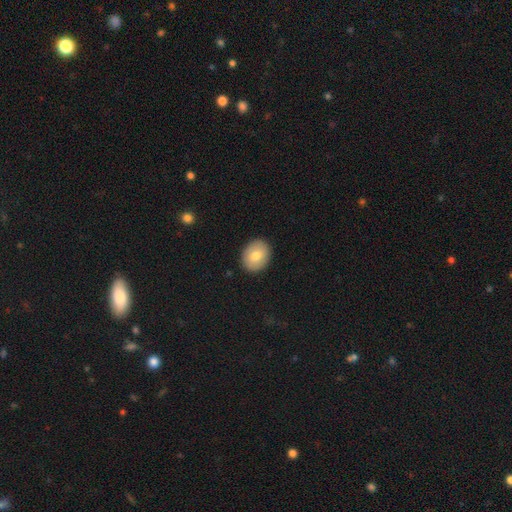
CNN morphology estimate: smooth_or_featured: smooth (p=0.76) [alt: featured or disk p=0.18]
how_rounded: round (p=0.53) [alt: in between p=0.46]
merging: none (p=0.90) [alt: minor disturbance p=0.07]